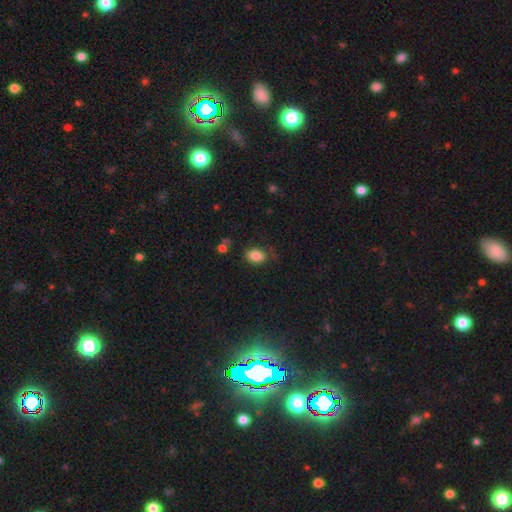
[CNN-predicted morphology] type=smooth (84%); roundness=in between (76%); merging=none (70%).